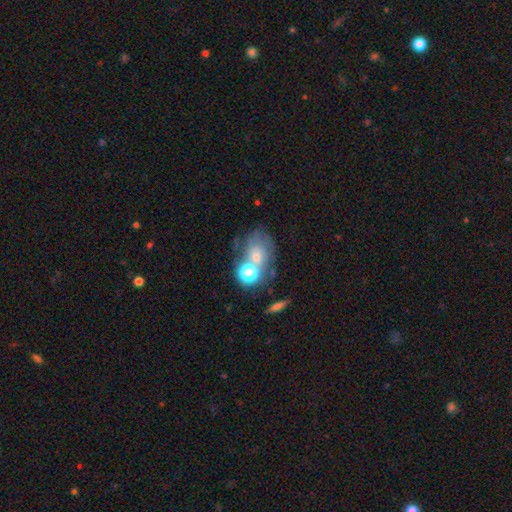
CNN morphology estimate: smooth-or-featured: smooth: 42% | featured or disk: 37% | star or artifact: 21%
  merging: none: 42% | merger: 29% | minor disturbance: 17% | major disturbance: 12%